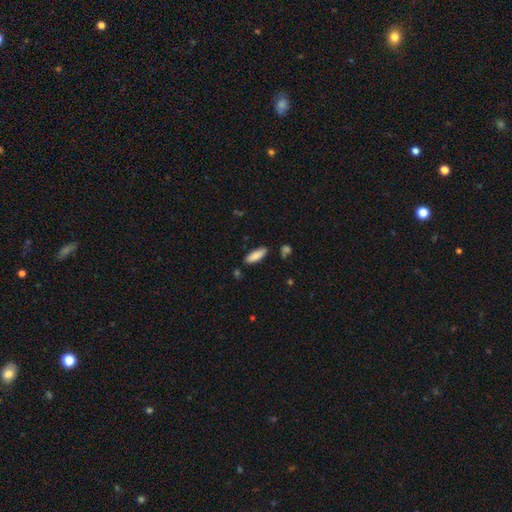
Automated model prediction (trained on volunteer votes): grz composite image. It shows a smooth galaxy with no disk features (87%) that is in between round and cigar-shaped (57%). Merging: none (82%).